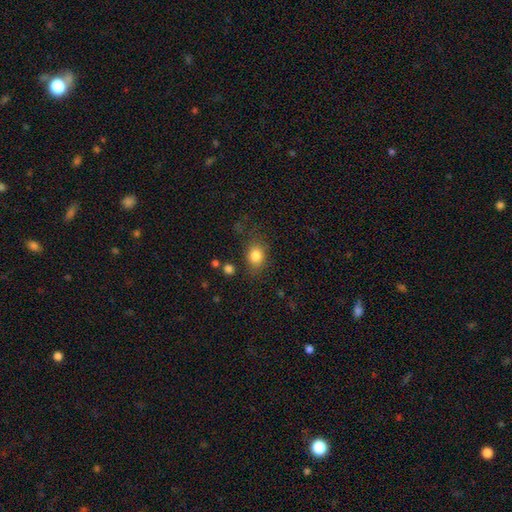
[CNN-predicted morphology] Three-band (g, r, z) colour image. It shows a smooth galaxy with no disk features (83%) that is in between round and cigar-shaped (56%). Merging: none (73%).